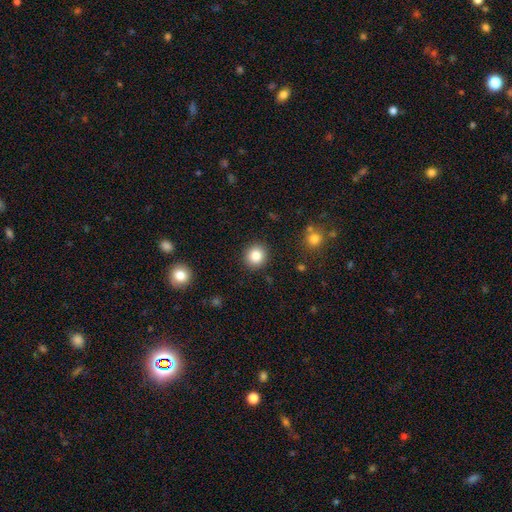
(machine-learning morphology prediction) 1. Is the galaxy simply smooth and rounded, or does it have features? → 85% smooth, 10% star or artifact, 6% featured or disk.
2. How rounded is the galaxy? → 88% round, 11% in between, 1% cigar-shaped.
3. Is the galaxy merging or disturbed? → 90% none, 6% minor disturbance, 2% major disturbance, 1% merger.